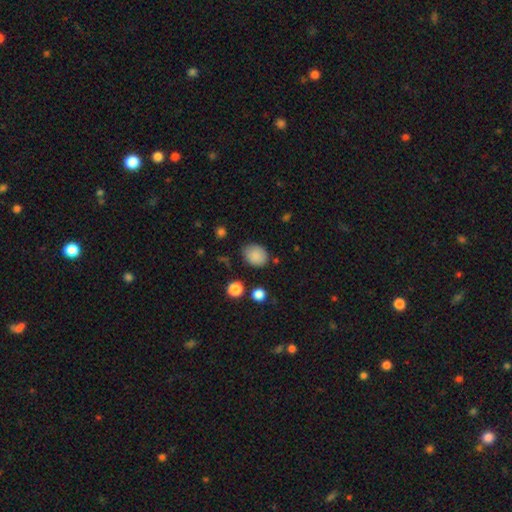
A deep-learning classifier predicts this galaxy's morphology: type=smooth (86%); roundness=in between (55%); merging=none (78%).